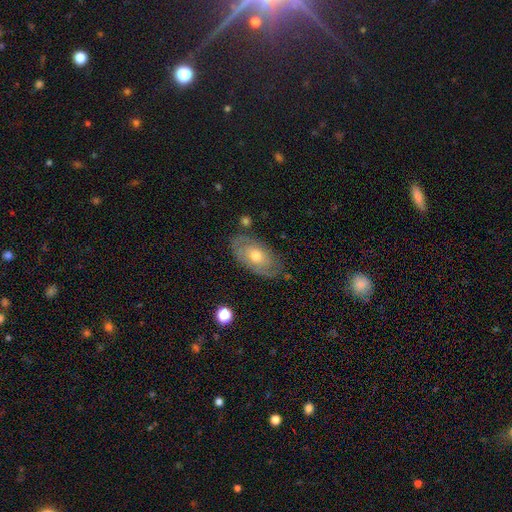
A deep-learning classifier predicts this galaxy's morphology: A featured or disk galaxy (62%) with no bar (82%), spiral arms (67%) and a moderate central bulge (66%). Merging: none (76%).